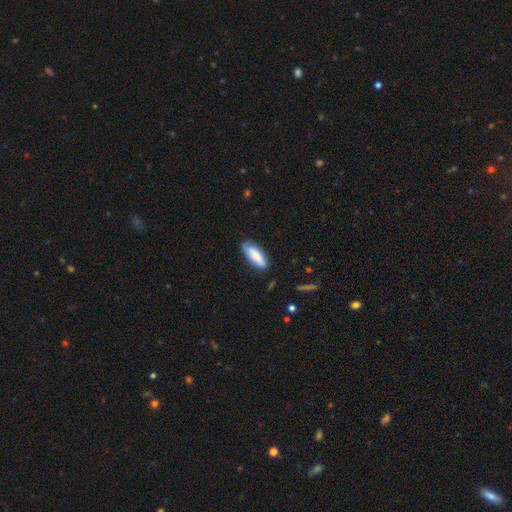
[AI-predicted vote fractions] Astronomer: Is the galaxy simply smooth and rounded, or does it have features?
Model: smooth — 79%.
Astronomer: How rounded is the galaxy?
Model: in between — 61% (runner-up: cigar-shaped, 37%).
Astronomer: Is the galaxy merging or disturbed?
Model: none — 76%.